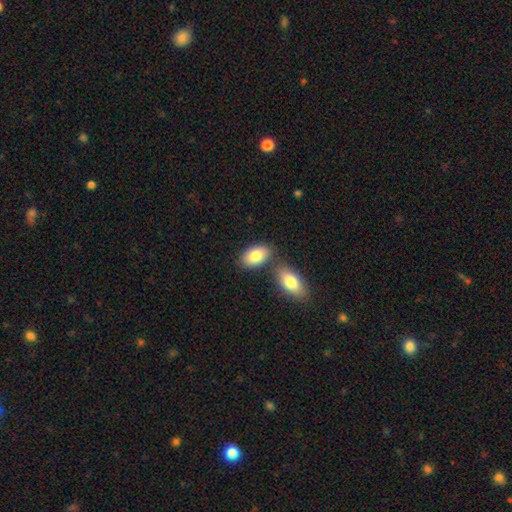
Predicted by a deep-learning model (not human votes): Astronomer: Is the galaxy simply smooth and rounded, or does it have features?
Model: smooth — 82%.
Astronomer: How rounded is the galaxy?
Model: in between — 92%.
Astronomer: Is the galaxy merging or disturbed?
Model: none — 66%.